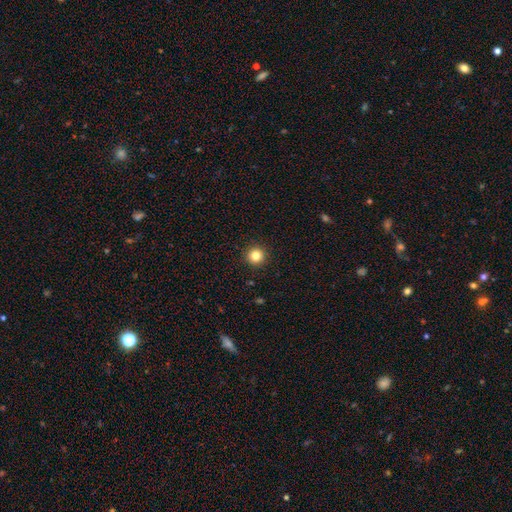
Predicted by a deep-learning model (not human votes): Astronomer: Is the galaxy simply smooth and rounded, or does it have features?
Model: smooth — 83%.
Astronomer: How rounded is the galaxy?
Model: round — 96%.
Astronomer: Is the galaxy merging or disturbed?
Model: none — 93%.